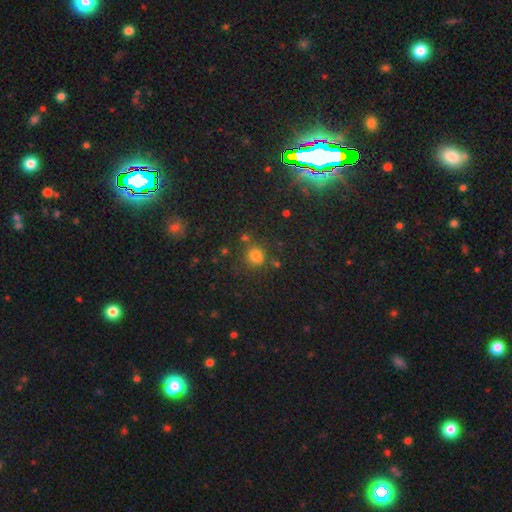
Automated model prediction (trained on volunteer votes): Overall: smooth (72%). How rounded: round (85%). Merging: none (70%).